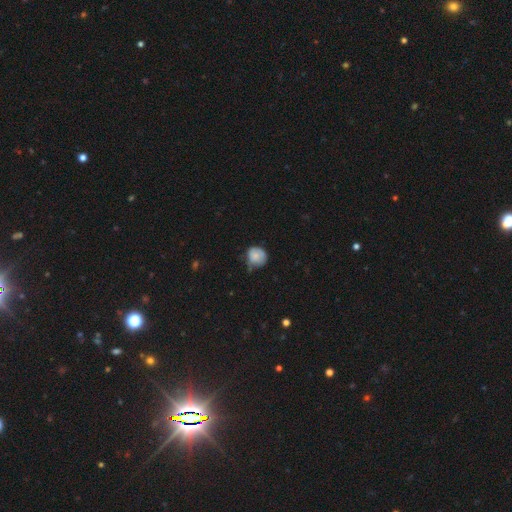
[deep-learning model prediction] The model was most divided on "merging": none: 50%, minor disturbance: 38%, major disturbance: 9%, merger: 3%. More confident: how rounded — round (81%); smooth or featured — smooth (75%).